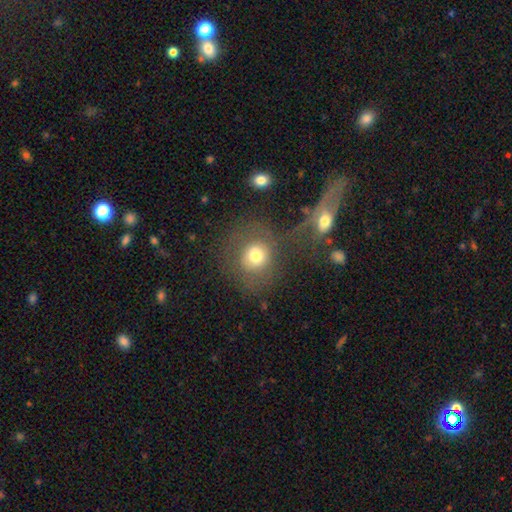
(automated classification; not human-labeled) smooth 69%, featured or disk 18%, star or artifact 13%. Down the decision tree: how rounded — round (78%); merging — none (59%).